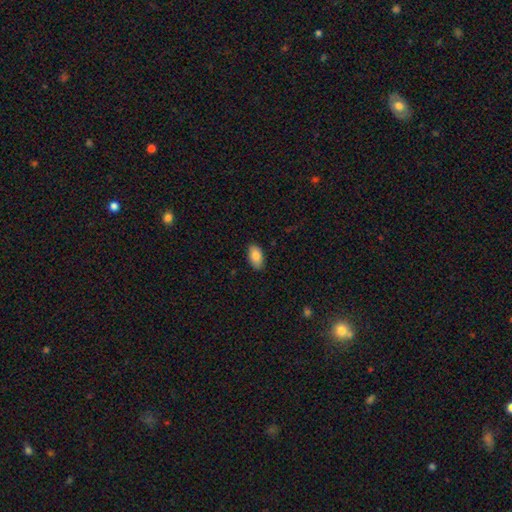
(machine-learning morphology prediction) A smooth galaxy with no disk features (85%) that is in between round and cigar-shaped (94%). Merging: none (87%).